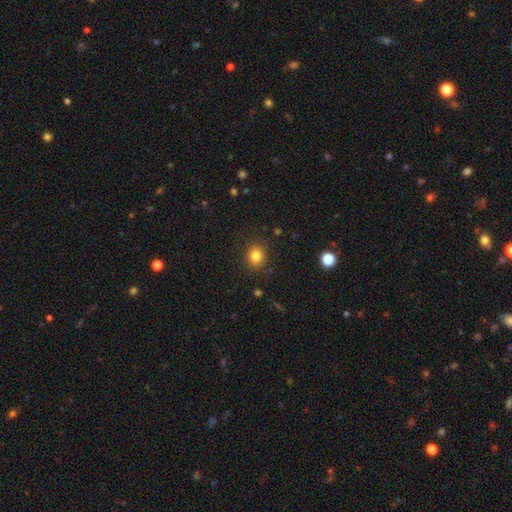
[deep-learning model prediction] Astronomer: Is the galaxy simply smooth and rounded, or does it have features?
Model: smooth — 83%.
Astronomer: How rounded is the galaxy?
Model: round — 73%.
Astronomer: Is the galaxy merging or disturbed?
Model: none — 87%.